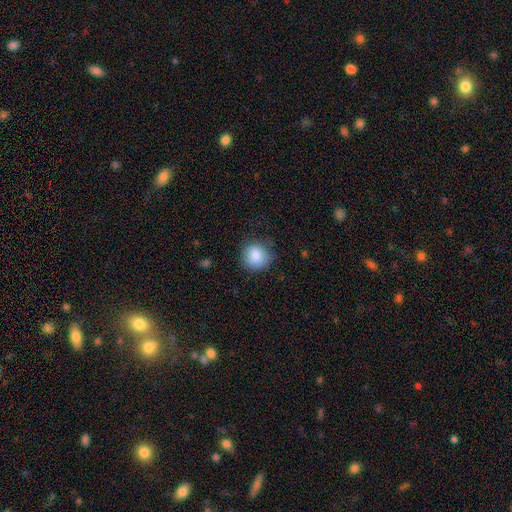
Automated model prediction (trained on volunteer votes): A smooth galaxy with no disk features (86%) that is round (88%). Merging: none (77%).